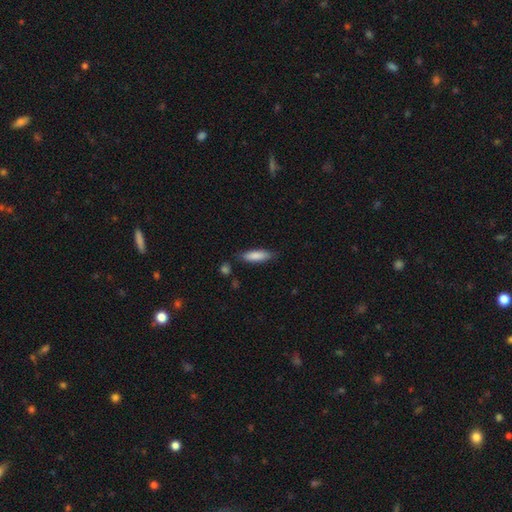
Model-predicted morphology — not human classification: The model was most divided on "how rounded": cigar-shaped: 54%, in between: 45%, round: 2%. More confident: smooth or featured — smooth (84%); merging — none (79%).